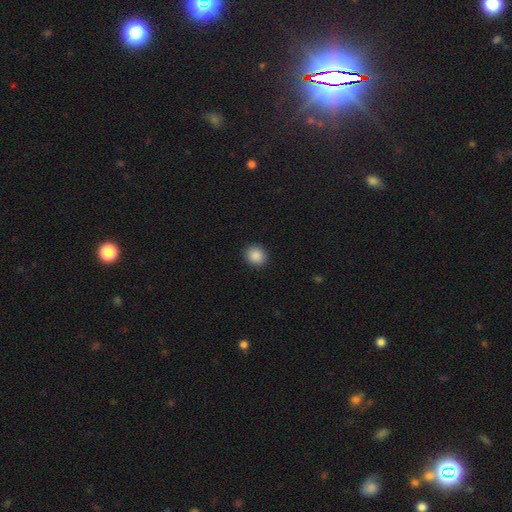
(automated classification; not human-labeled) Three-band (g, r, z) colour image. It shows a smooth galaxy with no disk features (88%) that is round (83%). Merging: none (92%).